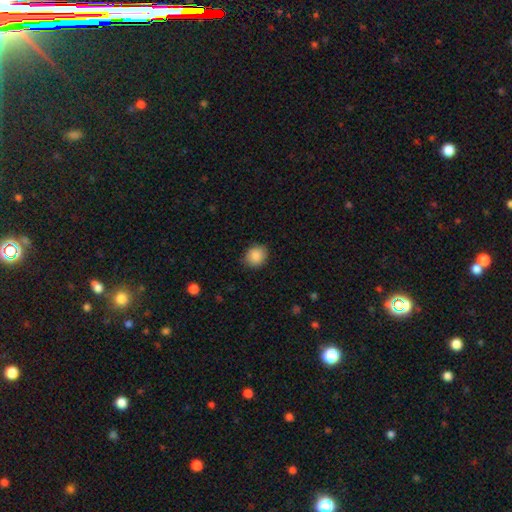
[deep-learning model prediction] This is clearly a smooth galaxy (88%). How rounded: likely round (75%). Merging: clearly none (86%).